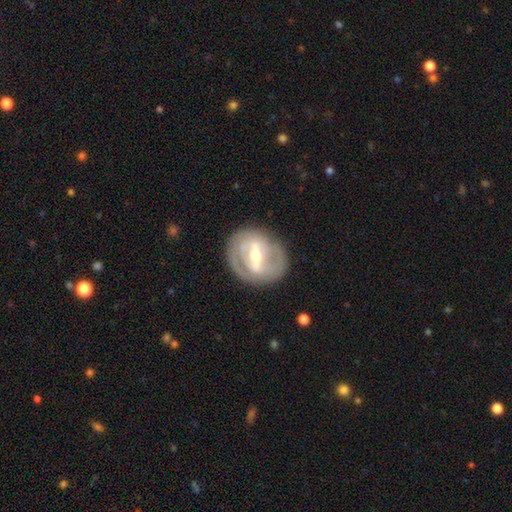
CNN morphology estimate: Q: Smooth or featured?
A: featured or disk (81%); runner-up: smooth (15%)
Q: Edge-on disk?
A: no (93%); runner-up: yes (7%)
Q: Bar?
A: strong (66%); runner-up: weak (26%)
Q: Spiral arms?
A: yes (67%); runner-up: no (33%)
Q: Spiral winding?
A: tight (60%); runner-up: medium (30%)
Q: Spiral arm count?
A: 2 (62%); runner-up: can't tell (23%)
Q: Bulge size?
A: moderate (63%); runner-up: small (30%)
Q: Merging?
A: none (80%); runner-up: minor disturbance (13%)